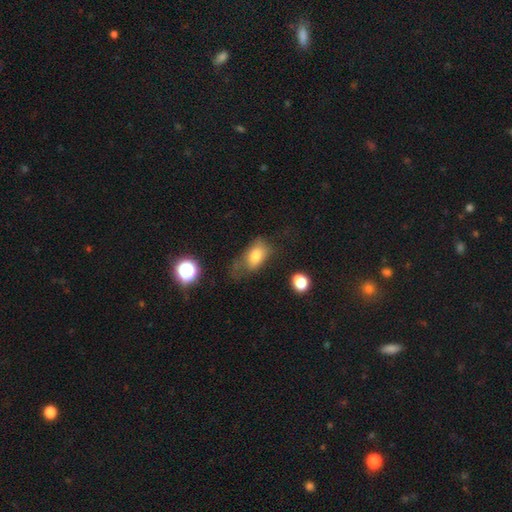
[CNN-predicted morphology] Smooth or featured? smooth (75%)
How rounded? in between (88%)
Merging? none (34%)